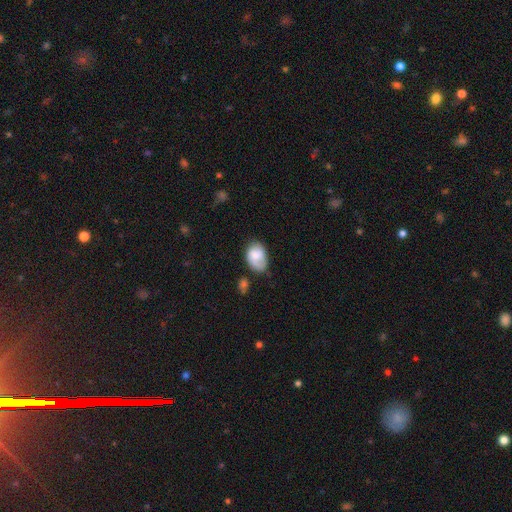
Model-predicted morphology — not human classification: This appears to be a smooth galaxy with no disk features (72%) that is in between round and cigar-shaped (82%). Merging: none (50%).